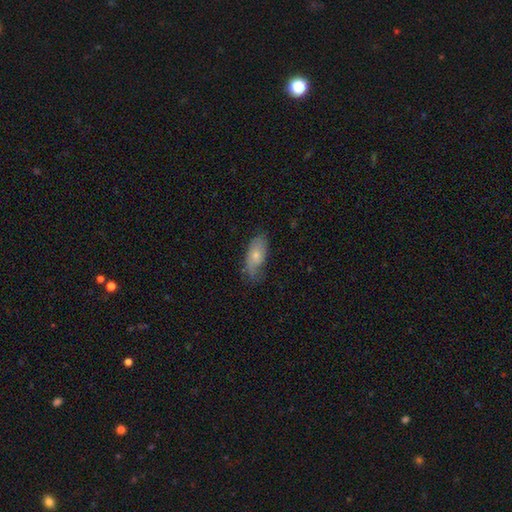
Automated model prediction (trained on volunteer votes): This appears to be a smooth galaxy with no disk features (62%) that is in between round and cigar-shaped (86%). Merging: none (58%).